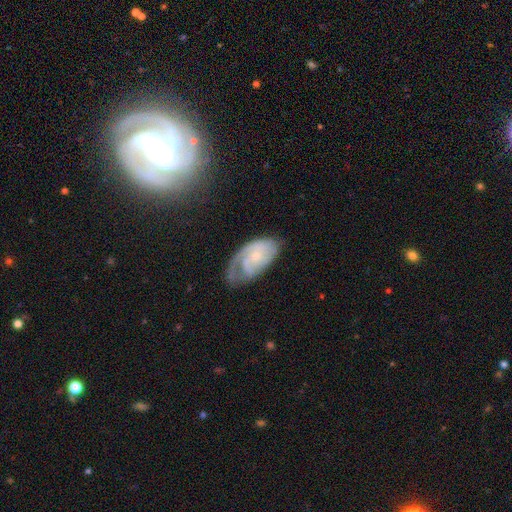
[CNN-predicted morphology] This is likely a featured or disk galaxy (75%). It is clearly not viewed edge-on (96%). Bar: likely no (70%). Spiral arm pattern: clearly yes (92%). Spiral arm count: marginally 2 (34%). Spiral winding: possibly tight (53%). Central bulge: likely small (71%). Merging: possibly none (55%).